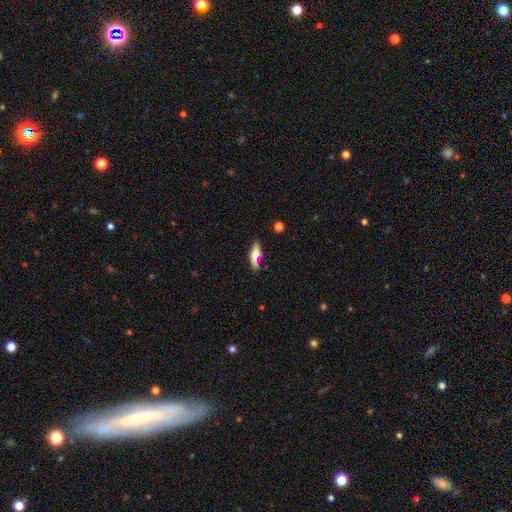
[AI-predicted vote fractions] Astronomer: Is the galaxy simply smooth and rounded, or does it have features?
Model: smooth — 47%, tied with featured or disk at 47%.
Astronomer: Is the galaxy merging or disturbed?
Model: none — 78%.